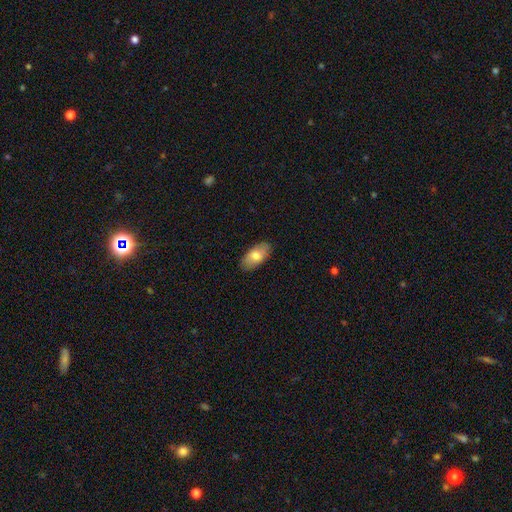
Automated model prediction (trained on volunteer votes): Smooth or featured? smooth (74%)
How rounded? in between (93%)
Merging? none (87%)